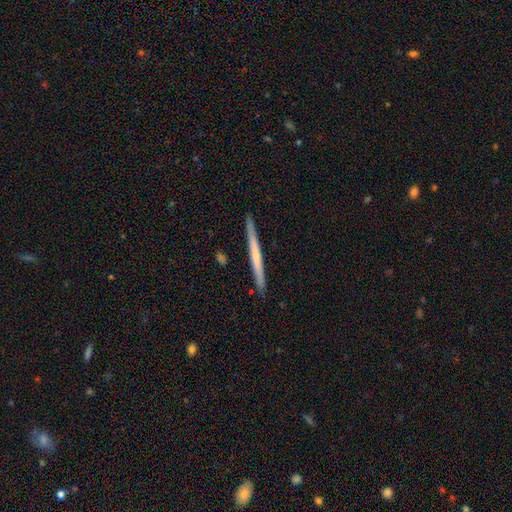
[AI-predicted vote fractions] smooth-or-featured: featured or disk: 48% | smooth: 46% | star or artifact: 5%
  merging: none: 91% | minor disturbance: 6% | major disturbance: 1% | merger: 1%